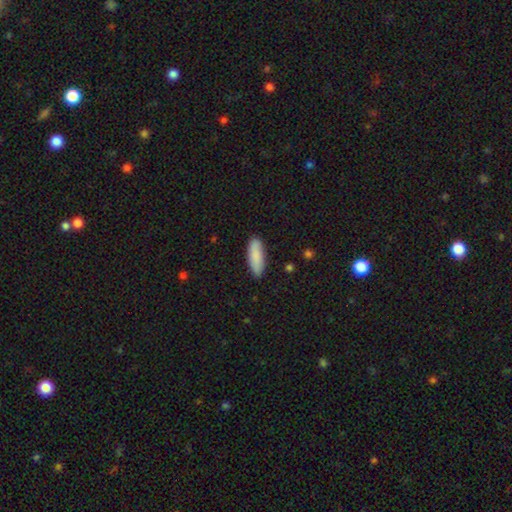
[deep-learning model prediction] Smooth or featured?
  - smooth: 87% *
  - featured or disk: 8%
  - star or artifact: 5%
How rounded?
  - in between: 59% *
  - cigar-shaped: 40%
  - round: 2%
Merging?
  - none: 85% *
  - minor disturbance: 12%
  - major disturbance: 2%
  - merger: 1%